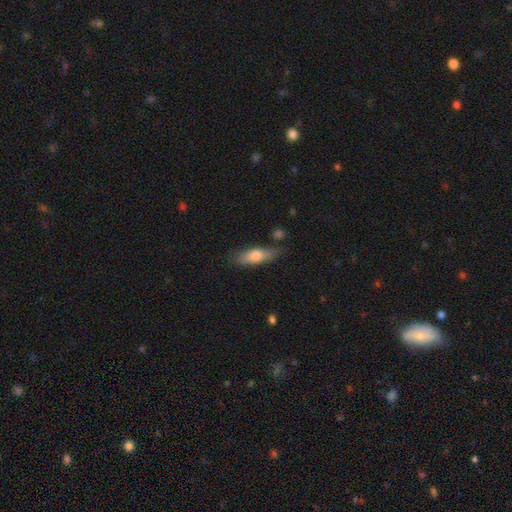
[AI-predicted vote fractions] Smooth or featured: smooth — 66% (featured or disk — 28%)
How rounded: in between — 51% (cigar-shaped — 46%)
Merging: none — 68% (minor disturbance — 22%)